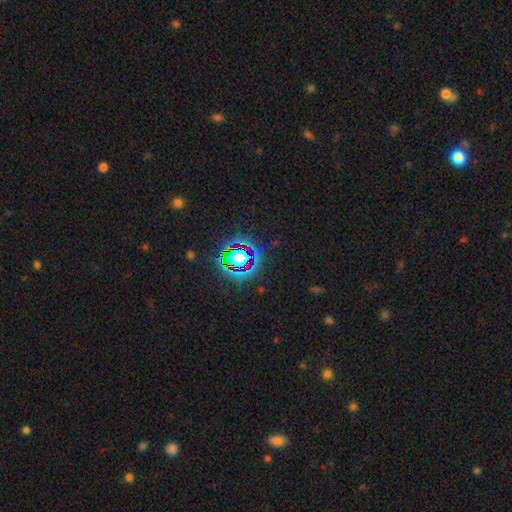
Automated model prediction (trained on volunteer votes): Smooth or featured? star or artifact (78%)